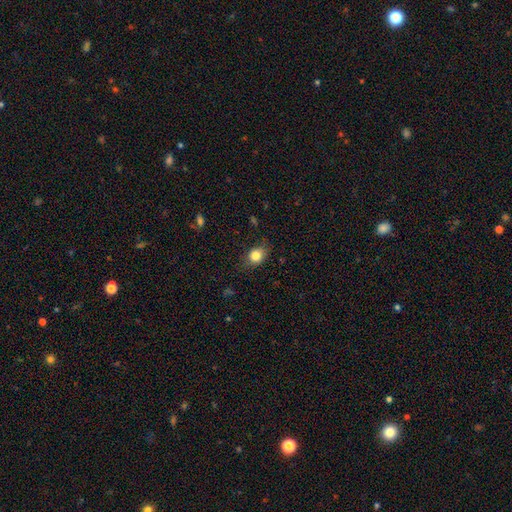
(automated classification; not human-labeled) Morphology: type=smooth (82%); roundness=round (51%); merging=none (74%).